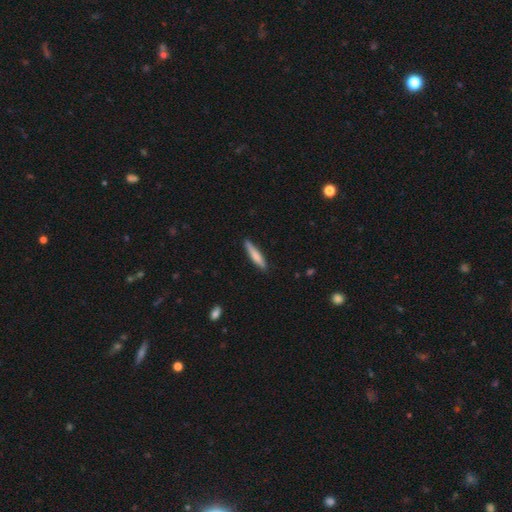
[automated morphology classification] Q: Smooth or featured?
A: smooth (74%); runner-up: featured or disk (20%)
Q: How rounded?
A: cigar-shaped (89%); runner-up: in between (10%)
Q: Merging?
A: none (86%); runner-up: minor disturbance (11%)